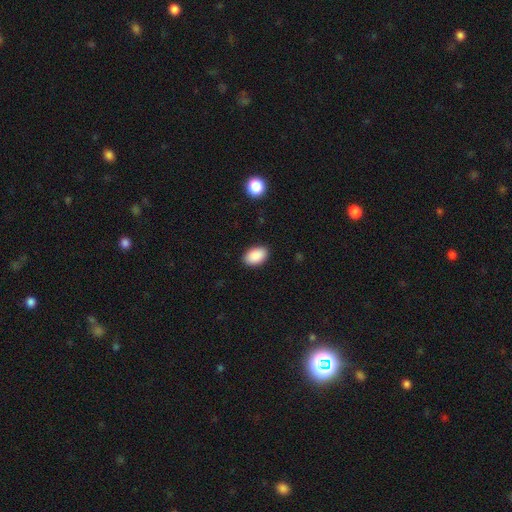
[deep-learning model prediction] smooth_or_featured: smooth (p=0.90) [alt: star or artifact p=0.07]
how_rounded: in between (p=0.91) [alt: round p=0.08]
merging: none (p=0.89) [alt: minor disturbance p=0.08]